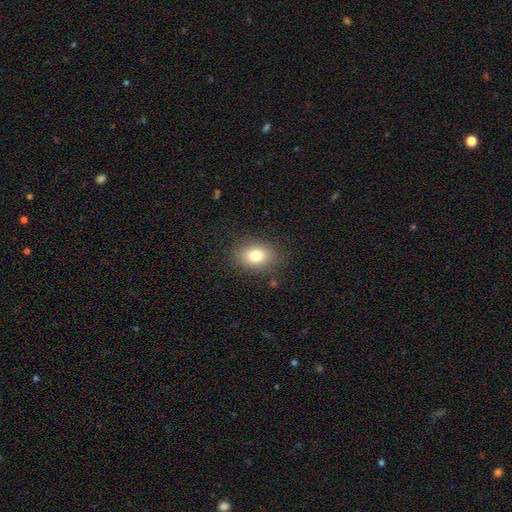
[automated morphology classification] Smooth or featured: smooth — 78% (star or artifact — 11%)
How rounded: in between — 67% (round — 32%)
Merging: none — 85% (minor disturbance — 10%)